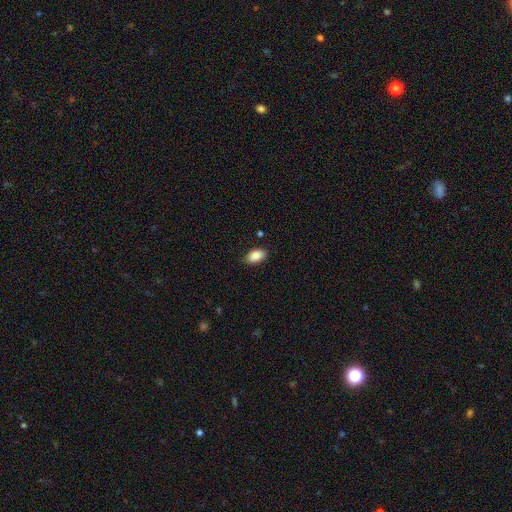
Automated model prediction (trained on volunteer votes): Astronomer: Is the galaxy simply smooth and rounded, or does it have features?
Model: smooth — 88%.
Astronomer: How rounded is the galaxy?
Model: in between — 93%.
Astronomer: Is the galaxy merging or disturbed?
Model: none — 85%.